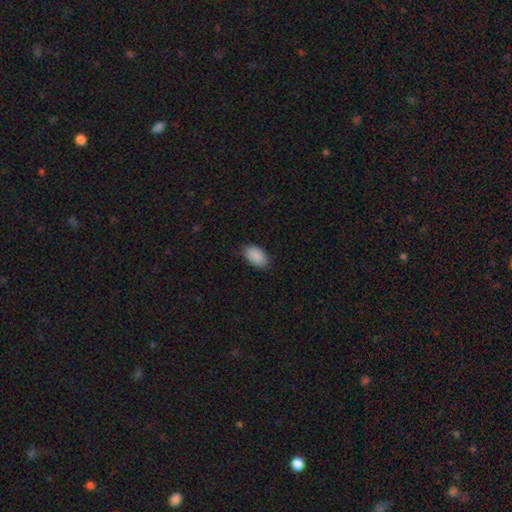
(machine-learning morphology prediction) The model was most divided on "merging": none: 84%, minor disturbance: 12%, major disturbance: 3%, merger: 1%. More confident: how rounded — in between (94%); smooth or featured — smooth (90%).